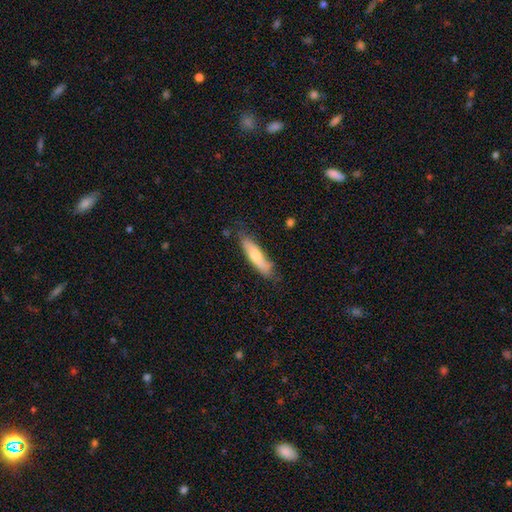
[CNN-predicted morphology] A smooth galaxy with no disk features (64%) that is cigar-shaped (74%). Merging: none (73%).